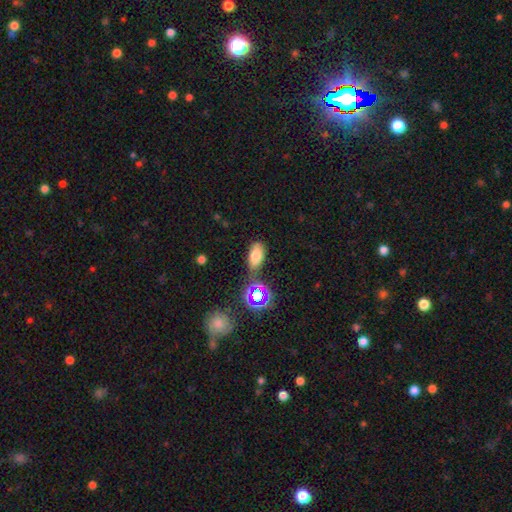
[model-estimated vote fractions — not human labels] A smooth galaxy with no disk features (72%) that is in between round and cigar-shaped (88%). Merging: none (69%).